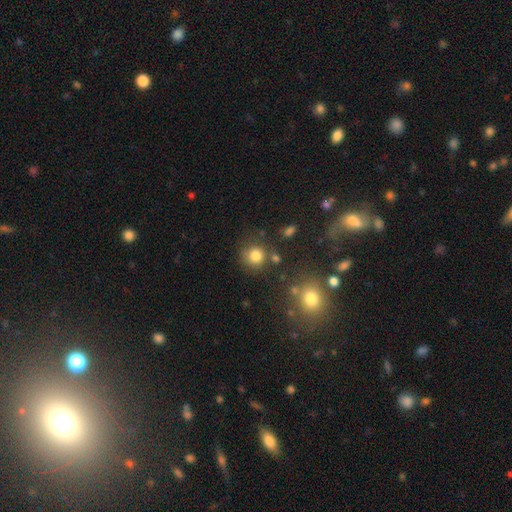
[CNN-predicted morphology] type=smooth (81%); roundness=round (89%); merging=none (75%).